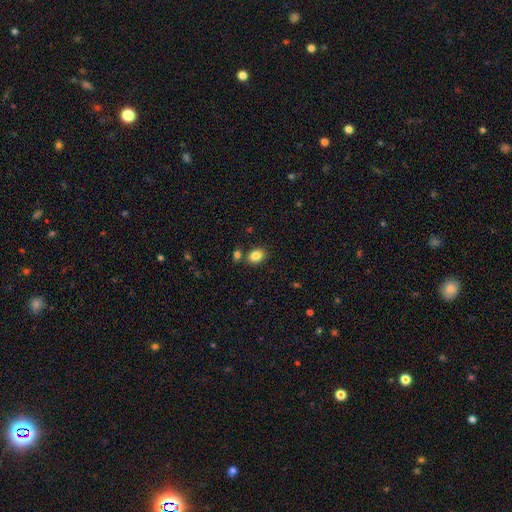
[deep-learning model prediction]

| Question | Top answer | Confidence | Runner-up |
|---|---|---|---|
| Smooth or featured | smooth | 85% | star or artifact (9%) |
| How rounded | in between | 77% | round (21%) |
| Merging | none | 76% | merger (12%) |